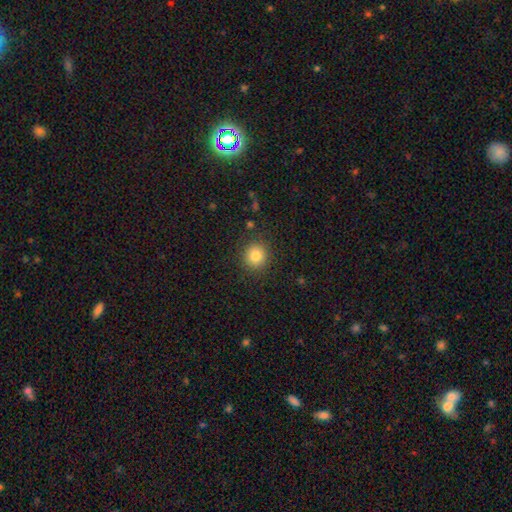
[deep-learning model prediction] The model was most divided on "smooth or featured": smooth: 82%, star or artifact: 12%, featured or disk: 6%. More confident: how rounded — round (90%); merging — none (89%).